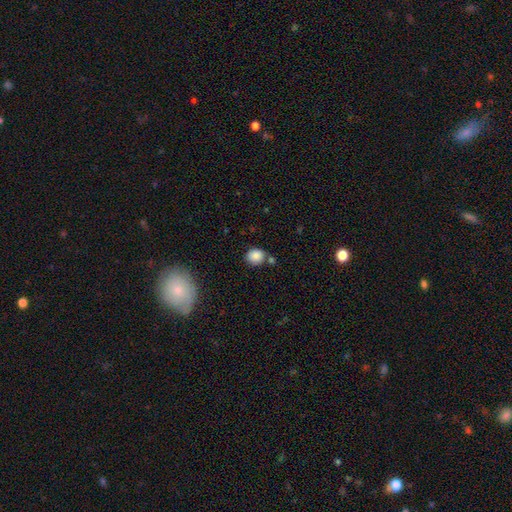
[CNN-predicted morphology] A smooth galaxy with no disk features (86%) that is round (68%). Merging: none (68%).